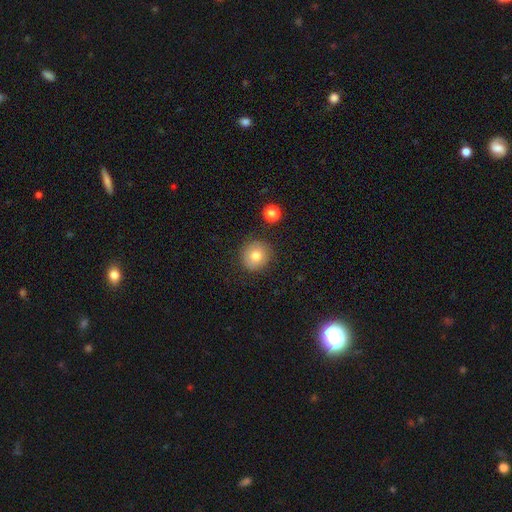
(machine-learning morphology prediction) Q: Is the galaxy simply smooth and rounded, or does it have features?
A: smooth — 77%.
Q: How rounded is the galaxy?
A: round — 93%.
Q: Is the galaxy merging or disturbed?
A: none — 86%.